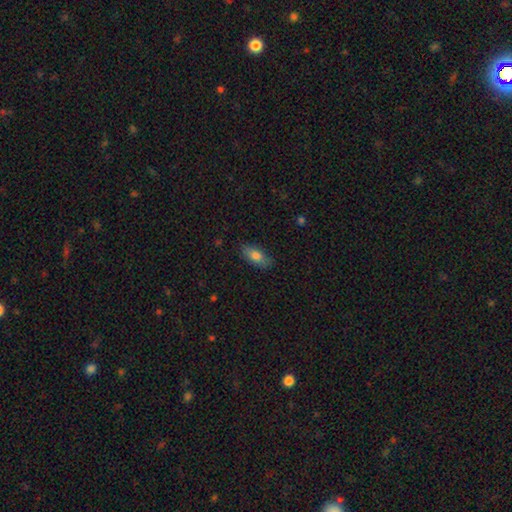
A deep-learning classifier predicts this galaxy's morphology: smooth 78%, featured or disk 15%, star or artifact 7%. Down the decision tree: how rounded — in between (84%); merging — none (82%).